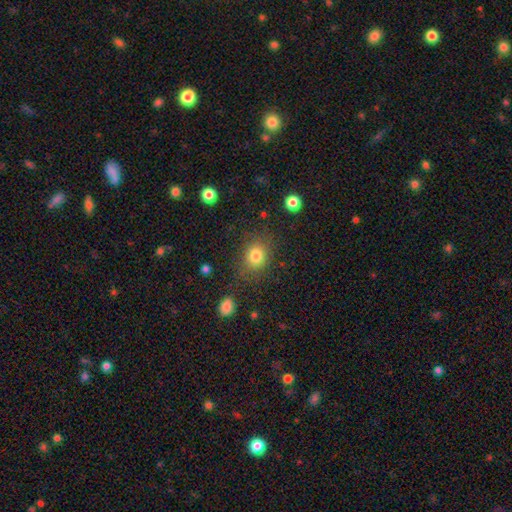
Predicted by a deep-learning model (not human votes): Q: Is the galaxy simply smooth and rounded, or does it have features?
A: smooth — 80%.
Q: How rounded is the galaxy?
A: round — 61%.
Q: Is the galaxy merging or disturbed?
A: none — 79%.